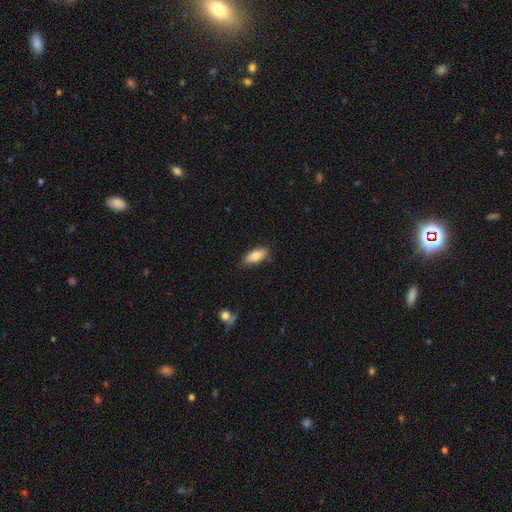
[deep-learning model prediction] The model was most divided on "smooth or featured": smooth: 79%, featured or disk: 14%, star or artifact: 7%. More confident: how rounded — in between (82%); merging — none (80%).